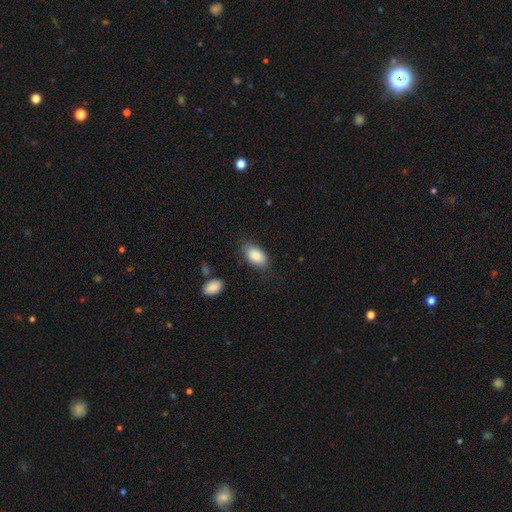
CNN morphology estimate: type=smooth (86%); roundness=in between (93%); merging=none (75%).